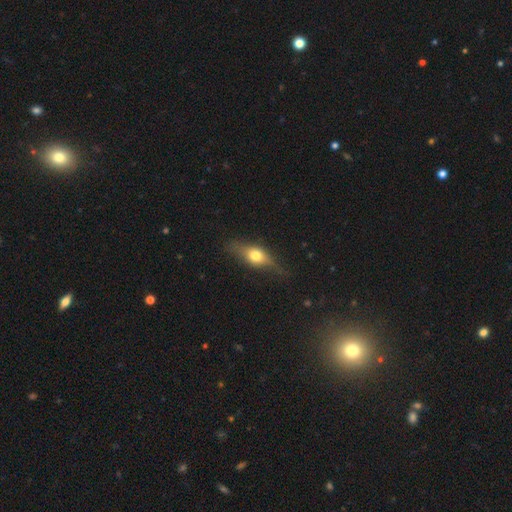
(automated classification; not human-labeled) A smooth galaxy with no disk features (51%) that is in between round and cigar-shaped (63%).

Vote fractions:
- Smooth or featured? smooth: 51% / featured or disk: 40% / star or artifact: 9%
- How rounded? in between: 63% / cigar-shaped: 24% / round: 12%
- Merging? none: 69% / minor disturbance: 22% / major disturbance: 8% / merger: 2%